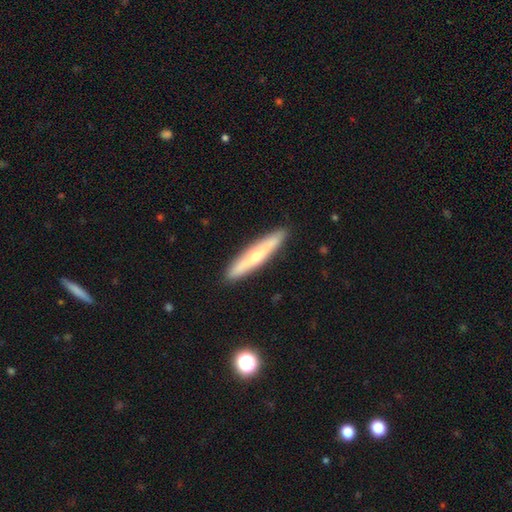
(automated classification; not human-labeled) This is possibly a featured or disk galaxy (49%). Merging: clearly none (90%).